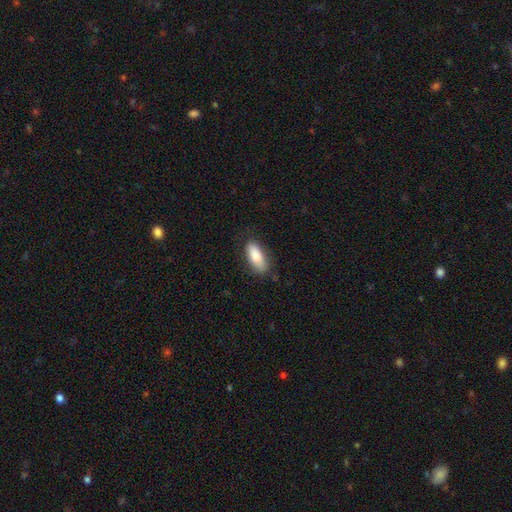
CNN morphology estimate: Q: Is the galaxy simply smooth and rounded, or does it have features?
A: smooth — 85%.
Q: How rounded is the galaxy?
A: in between — 76%.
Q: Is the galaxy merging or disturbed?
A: none — 79%.